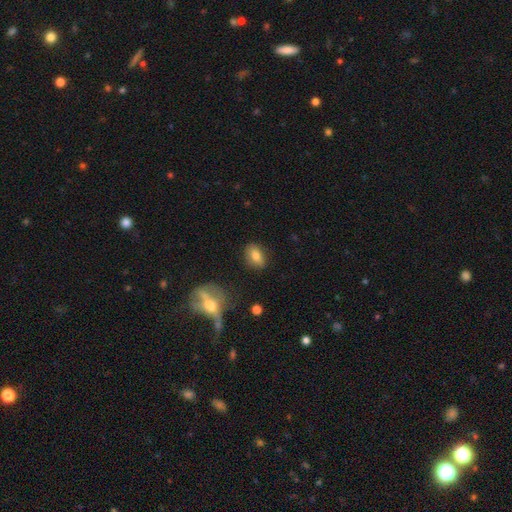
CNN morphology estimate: This is likely a smooth galaxy (79%). How rounded: clearly in between (83%). Merging: clearly none (83%).